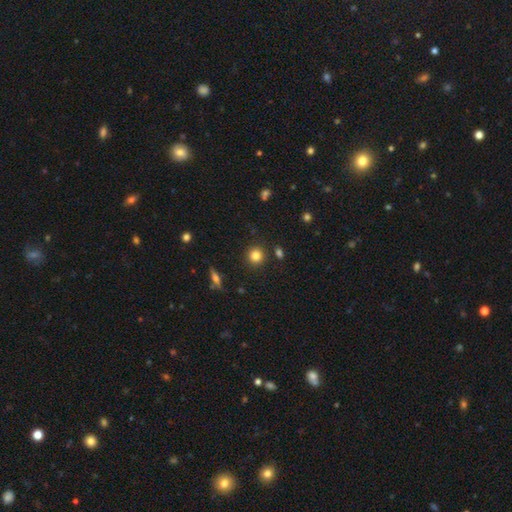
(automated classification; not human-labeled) Overall: smooth (82%). How rounded: round (92%). Merging: none (88%).